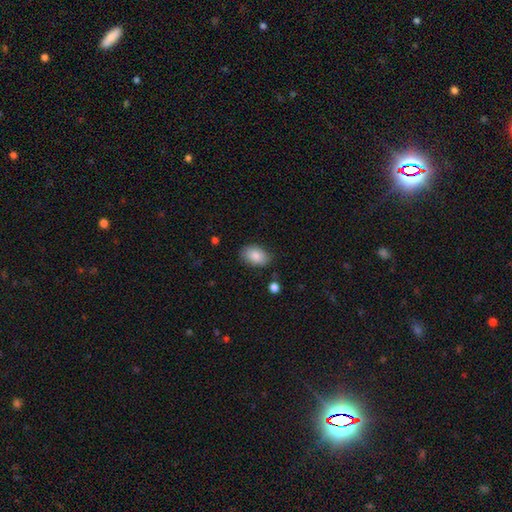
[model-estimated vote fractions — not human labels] This is clearly a smooth galaxy (86%). How rounded: clearly in between (88%). Merging: clearly none (82%).